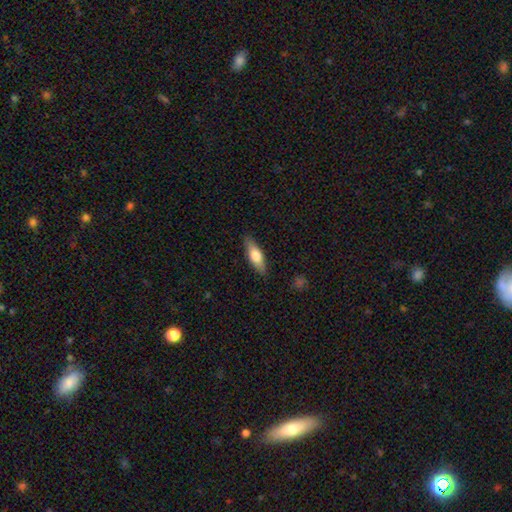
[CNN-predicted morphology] smooth 63%, featured or disk 32%, star or artifact 6%. Down the decision tree: how rounded — in between (52%); merging — none (87%).